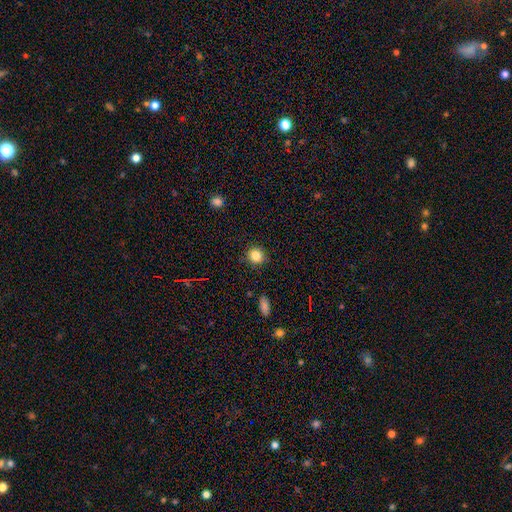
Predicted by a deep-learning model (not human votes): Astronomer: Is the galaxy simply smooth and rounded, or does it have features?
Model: smooth — 84%.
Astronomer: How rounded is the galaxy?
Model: round — 86%.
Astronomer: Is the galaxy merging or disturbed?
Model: none — 88%.